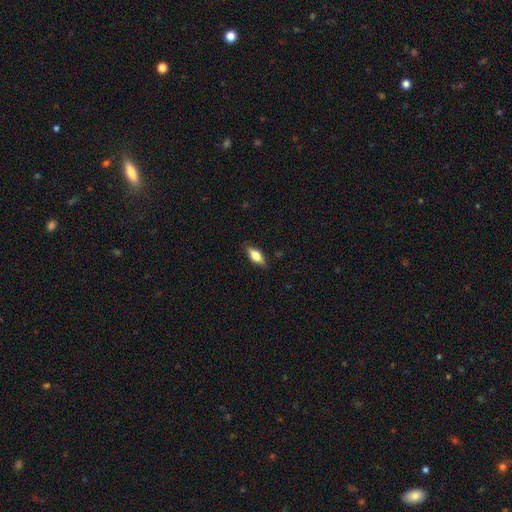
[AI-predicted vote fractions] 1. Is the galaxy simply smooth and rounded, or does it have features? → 54% smooth, 39% featured or disk, 7% star or artifact.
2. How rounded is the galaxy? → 70% in between, 26% cigar-shaped, 4% round.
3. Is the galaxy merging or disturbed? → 83% none, 13% minor disturbance, 3% major disturbance, 1% merger.